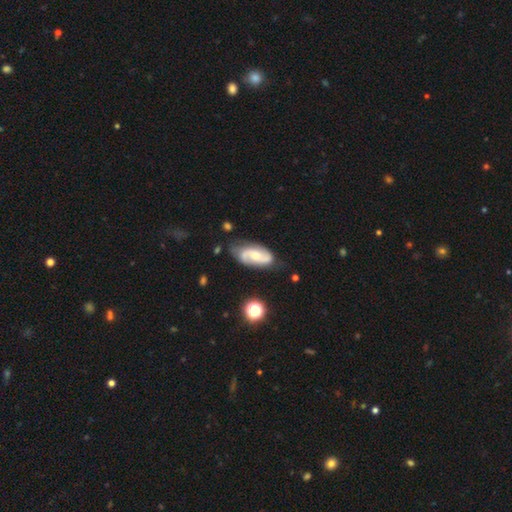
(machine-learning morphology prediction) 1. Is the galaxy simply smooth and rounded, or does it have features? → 77% featured or disk, 17% smooth, 6% star or artifact.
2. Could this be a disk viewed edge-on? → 95% no, 5% yes.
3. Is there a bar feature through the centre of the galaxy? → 56% no, 34% weak, 10% strong.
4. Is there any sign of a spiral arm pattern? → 94% yes, 6% no.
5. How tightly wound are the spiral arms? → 44% medium, 35% loose, 21% tight.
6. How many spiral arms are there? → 87% 2, 7% can't tell, 2% 1, 2% 3, 1% 4, 1% more than 4.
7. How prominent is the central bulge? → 50% moderate, 44% small, 3% large, 2% none, 1% dominant.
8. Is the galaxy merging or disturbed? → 70% none, 21% minor disturbance, 6% major disturbance, 3% merger.